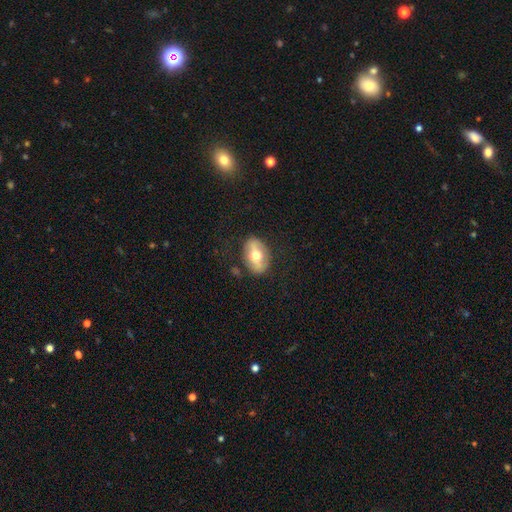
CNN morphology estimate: The model was most divided on "smooth or featured": featured or disk: 50%, smooth: 44%, star or artifact: 7%. More confident: merging — none (79%).